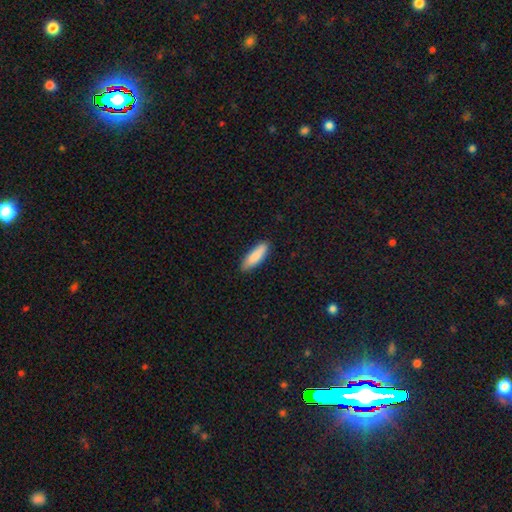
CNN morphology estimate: Overall: smooth (87%). How rounded: cigar-shaped (52%; in between 46%). Merging: none (85%).